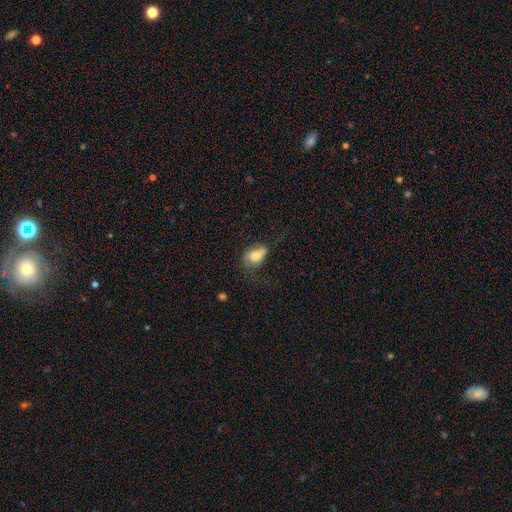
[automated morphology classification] Smooth or featured?
  - smooth: 66% *
  - featured or disk: 25%
  - star or artifact: 8%
How rounded?
  - in between: 86% *
  - round: 11%
  - cigar-shaped: 3%
Merging?
  - none: 47% *
  - minor disturbance: 32%
  - major disturbance: 19%
  - merger: 2%